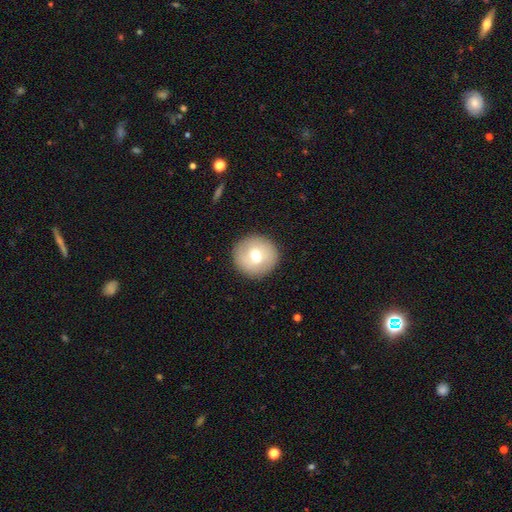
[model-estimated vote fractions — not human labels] Smooth or featured: smooth — 64% (featured or disk — 28%)
How rounded: round — 94% (in between — 5%)
Merging: none — 90% (minor disturbance — 6%)